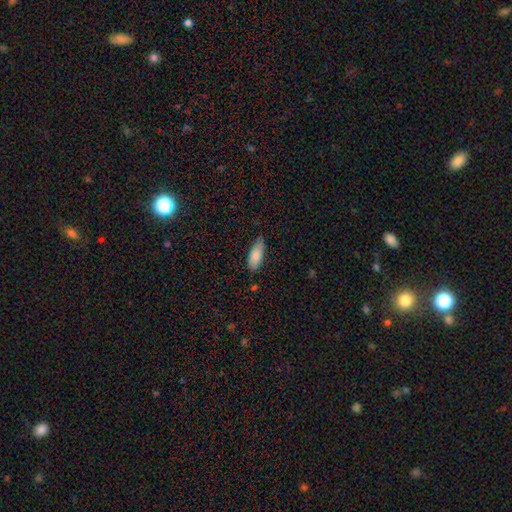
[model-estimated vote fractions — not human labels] Smooth or featured? Predicted: smooth (p=0.79). How rounded? Predicted: in between (p=0.82). Merging? Predicted: none (p=0.74).